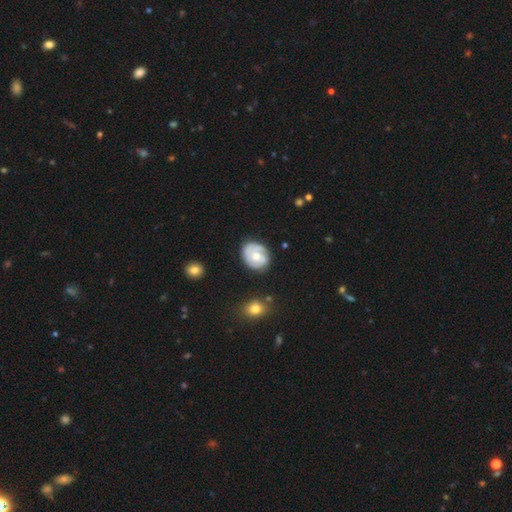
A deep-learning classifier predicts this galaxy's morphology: This is likely a featured or disk galaxy (69%). It is clearly not viewed edge-on (98%). Bar: likely no (74%). Spiral arm pattern: clearly yes (87%). Spiral arm count: marginally 2 (35%). Spiral winding: likely tight (60%). Central bulge: likely moderate (63%). Merging: likely none (69%).